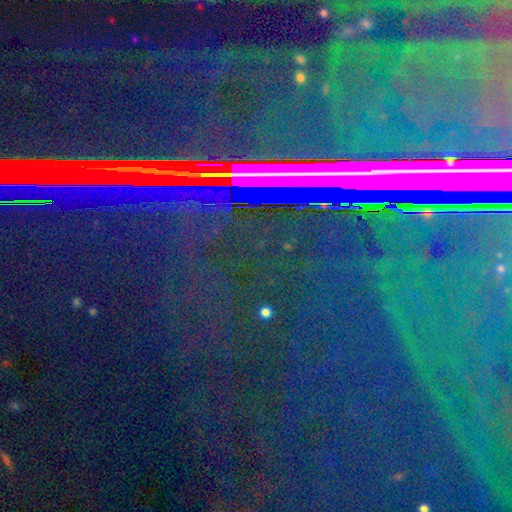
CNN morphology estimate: Smooth or featured? Predicted: star or artifact (p=0.86).